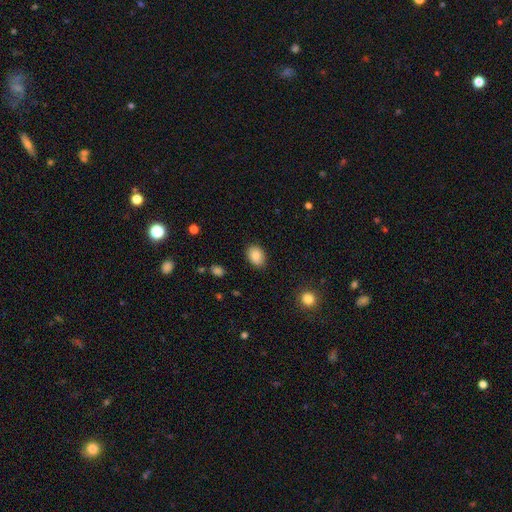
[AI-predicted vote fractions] Morphology: type=smooth (87%); roundness=in between (76%); merging=none (85%).